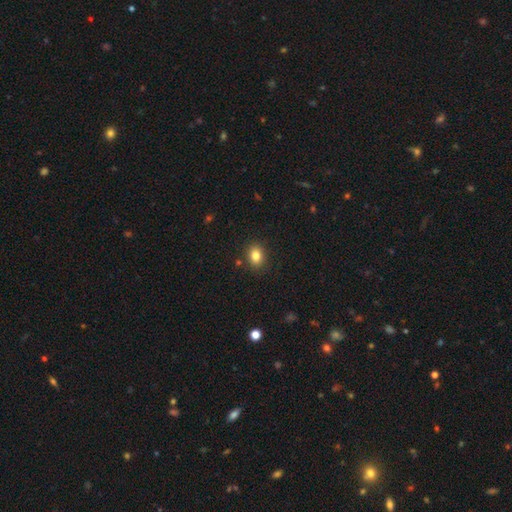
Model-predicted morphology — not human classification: Overall: smooth (83%). How rounded: in between (60%; round 39%). Merging: none (86%).